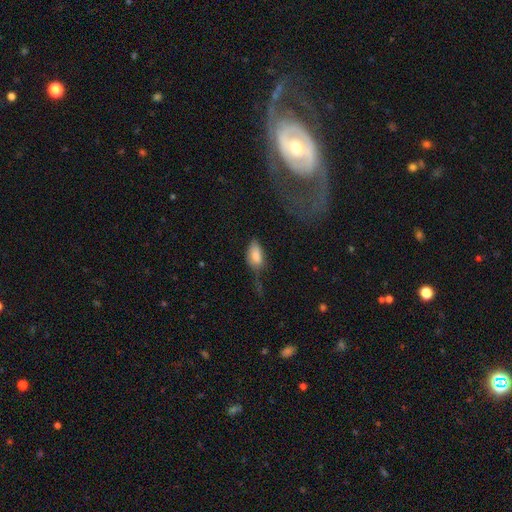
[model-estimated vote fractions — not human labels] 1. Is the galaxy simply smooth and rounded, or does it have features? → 76% smooth, 16% featured or disk, 8% star or artifact.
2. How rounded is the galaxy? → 91% in between, 5% round, 4% cigar-shaped.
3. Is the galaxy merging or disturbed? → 37% major disturbance, 30% minor disturbance, 27% none, 5% merger.